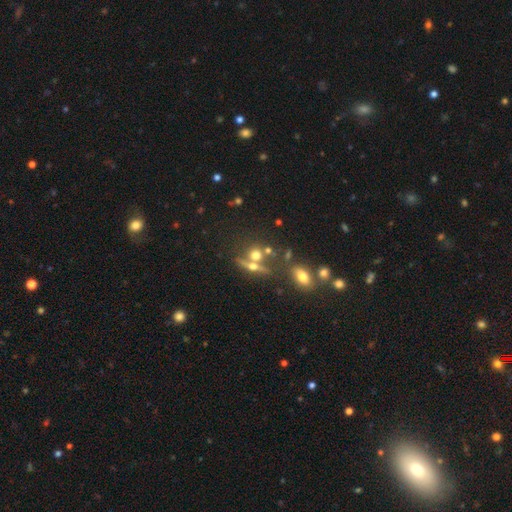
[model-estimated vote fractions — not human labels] Smooth or featured?
  - smooth: 47% *
  - featured or disk: 34%
  - star or artifact: 19%
Merging?
  - none: 49% *
  - merger: 34%
  - minor disturbance: 10%
  - major disturbance: 6%